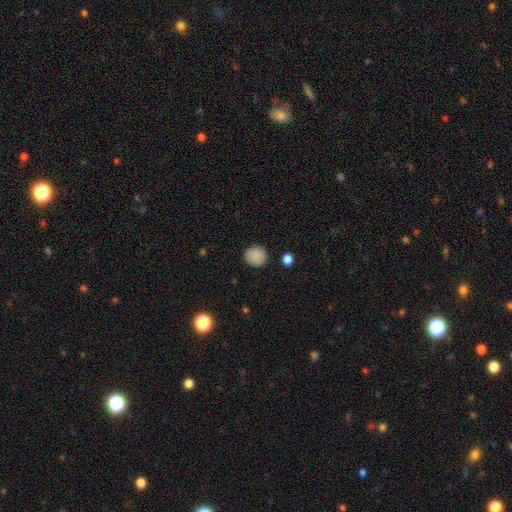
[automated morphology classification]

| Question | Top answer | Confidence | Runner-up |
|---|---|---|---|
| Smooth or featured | smooth | 88% | star or artifact (9%) |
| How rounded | round | 86% | in between (13%) |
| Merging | none | 88% | minor disturbance (8%) |